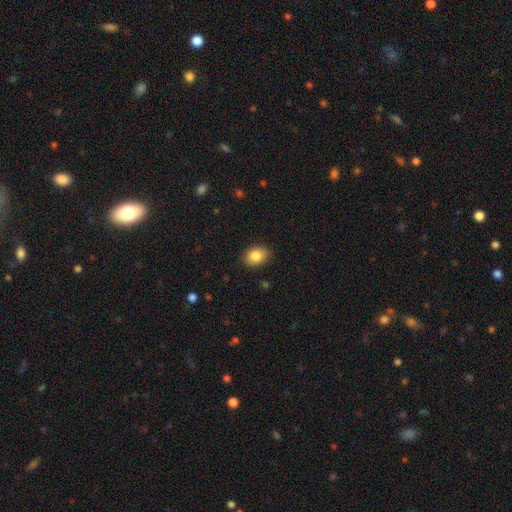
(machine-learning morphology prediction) Smooth or featured? smooth (85%)
How rounded? in between (72%)
Merging? none (88%)